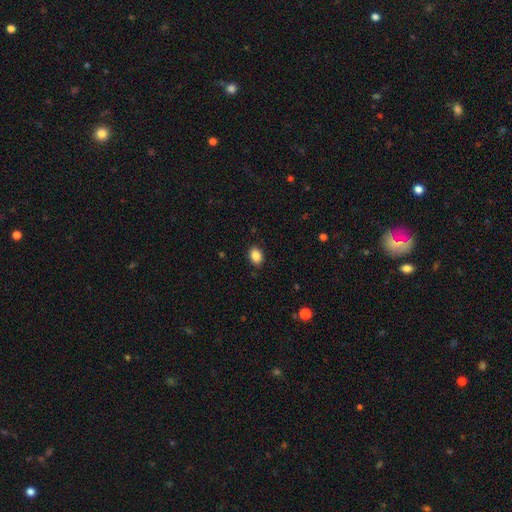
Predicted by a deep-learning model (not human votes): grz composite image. It shows a smooth galaxy with no disk features (87%) that is in between round and cigar-shaped (68%). Merging: none (88%).